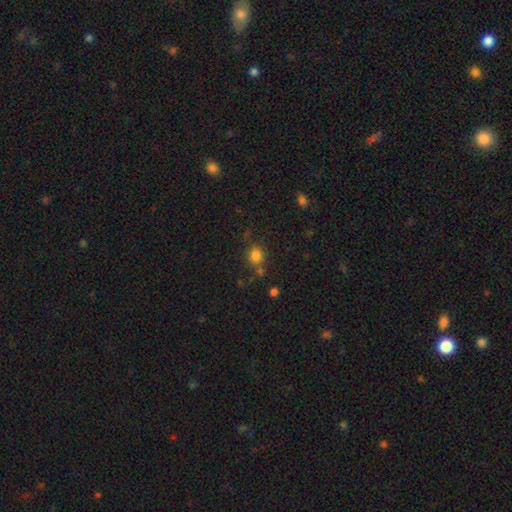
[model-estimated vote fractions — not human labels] The model was most divided on "merging": none: 72%, merger: 12%, minor disturbance: 11%, major disturbance: 4%. More confident: how rounded — round (88%); smooth or featured — smooth (81%).